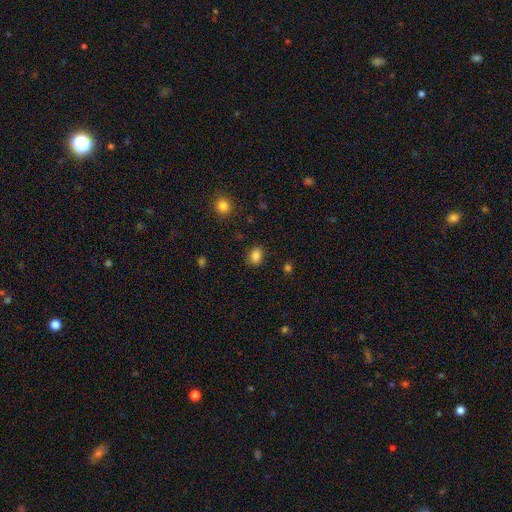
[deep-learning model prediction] smooth-or-featured: smooth: 86% | star or artifact: 10% | featured or disk: 4%
  how-rounded: in between: 66% | round: 33% | cigar-shaped: 1%
  merging: none: 85% | minor disturbance: 10% | major disturbance: 3% | merger: 1%